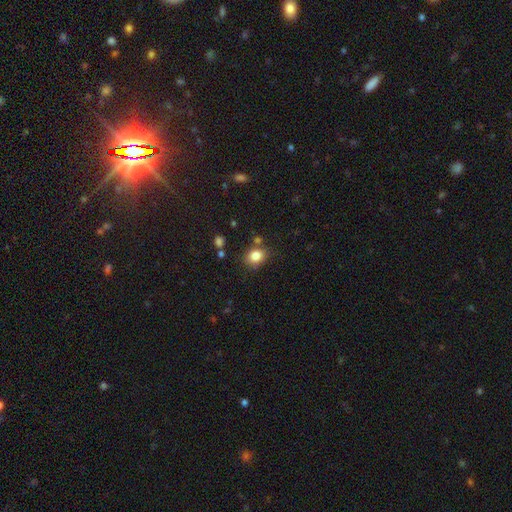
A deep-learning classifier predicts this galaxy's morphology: Smooth or featured? smooth (83%)
How rounded? round (54%)
Merging? none (75%)